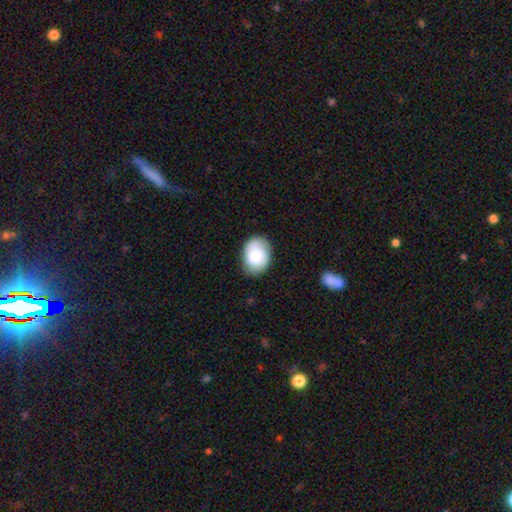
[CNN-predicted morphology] A smooth galaxy with no disk features (73%) that is in between round and cigar-shaped (72%).

Vote fractions:
- Smooth or featured? smooth: 73% / featured or disk: 20% / star or artifact: 7%
- How rounded? in between: 72% / round: 28% / cigar-shaped: 1%
- Merging? none: 81% / minor disturbance: 14% / major disturbance: 3% / merger: 1%